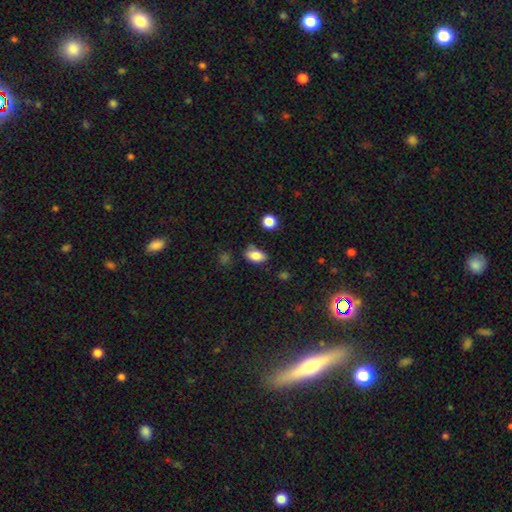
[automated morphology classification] This appears to be a smooth galaxy with no disk features (85%) that is in between round and cigar-shaped (89%). Merging: none (72%).